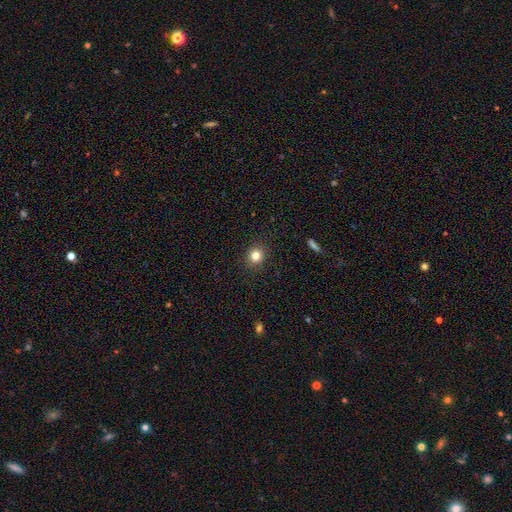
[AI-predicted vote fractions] Smooth or featured? Predicted: smooth (p=0.81). How rounded? Predicted: round (p=0.86). Merging? Predicted: none (p=0.91).